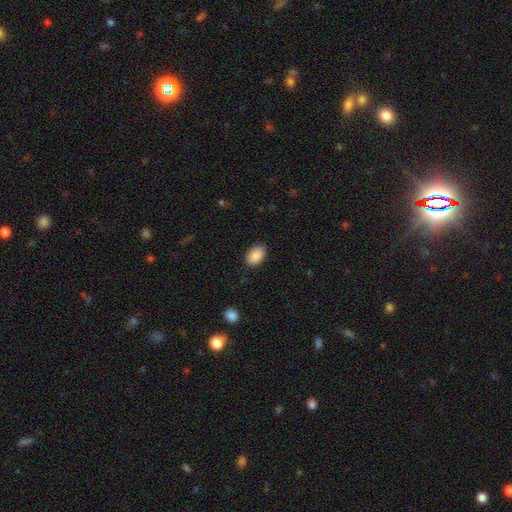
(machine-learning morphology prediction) Smooth or featured?
  - smooth: 90% *
  - star or artifact: 7%
  - featured or disk: 3%
How rounded?
  - in between: 91% *
  - round: 8%
  - cigar-shaped: 1%
Merging?
  - none: 87% *
  - minor disturbance: 10%
  - major disturbance: 2%
  - merger: 1%